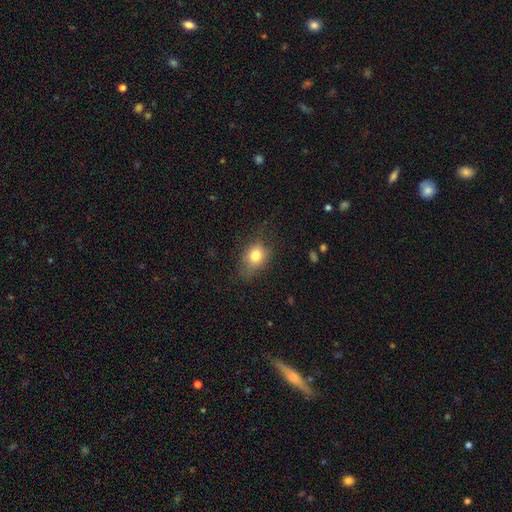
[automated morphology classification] Smooth or featured?
  - smooth: 78% *
  - featured or disk: 11%
  - star or artifact: 11%
How rounded?
  - in between: 56% *
  - round: 43%
  - cigar-shaped: 2%
Merging?
  - none: 62% *
  - minor disturbance: 27%
  - major disturbance: 10%
  - merger: 1%